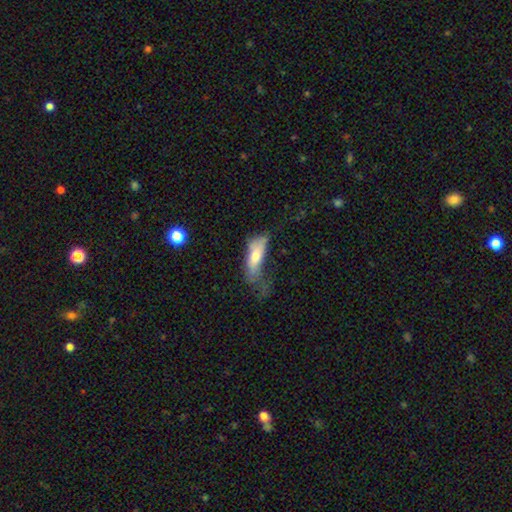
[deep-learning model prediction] Smooth or featured? Predicted: smooth (p=0.66). How rounded? Predicted: in between (p=0.66). Merging? Predicted: major disturbance (p=0.42).